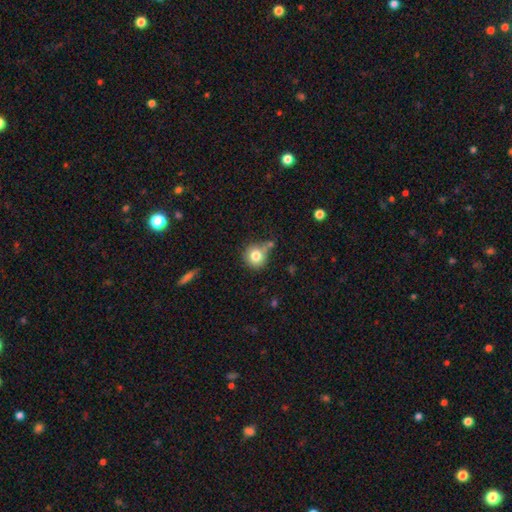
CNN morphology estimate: This is likely a smooth galaxy (79%). How rounded: clearly round (92%). Merging: likely none (63%).